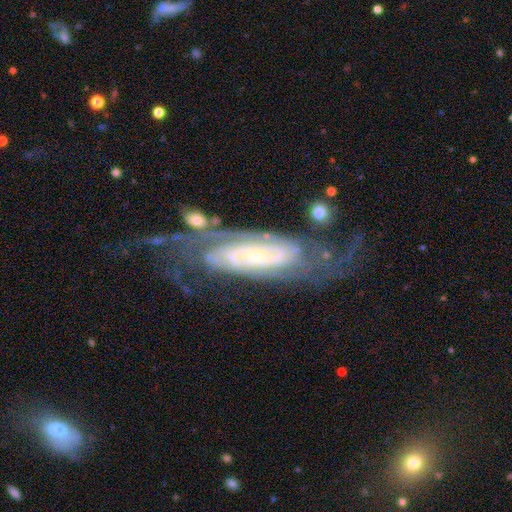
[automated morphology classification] Smooth or featured? featured or disk (87%)
Edge-on disk? no (91%)
Bar? no (53%)
Spiral arms? yes (97%)
Spiral winding? tight (63%)
Spiral arm count? 2 (43%)
Bulge size? small (75%)
Merging? none (57%)